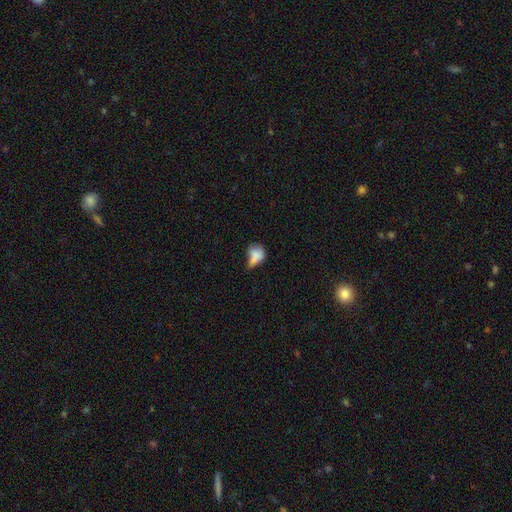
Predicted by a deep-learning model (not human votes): Smooth or featured? smooth (70%)
How rounded? in between (68%)
Merging? minor disturbance (30%)